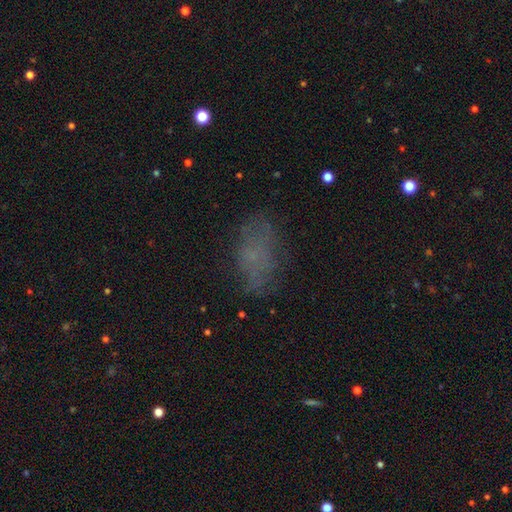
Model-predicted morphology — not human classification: Q: Smooth or featured?
A: smooth (59%); runner-up: star or artifact (21%)
Q: How rounded?
A: in between (88%); runner-up: round (8%)
Q: Merging?
A: none (70%); runner-up: minor disturbance (17%)